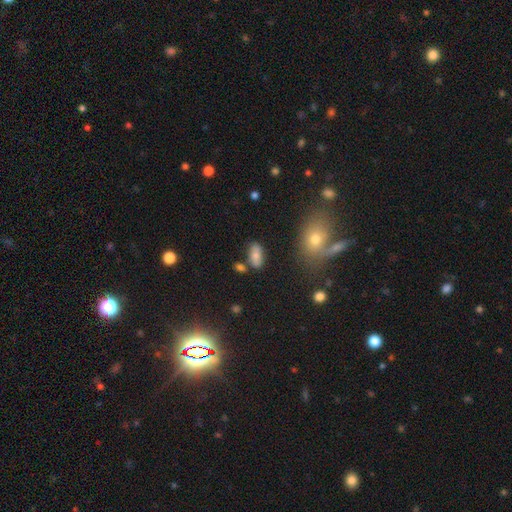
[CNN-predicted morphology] Overall: smooth (72%). How rounded: in between (89%). Merging: none (73%).